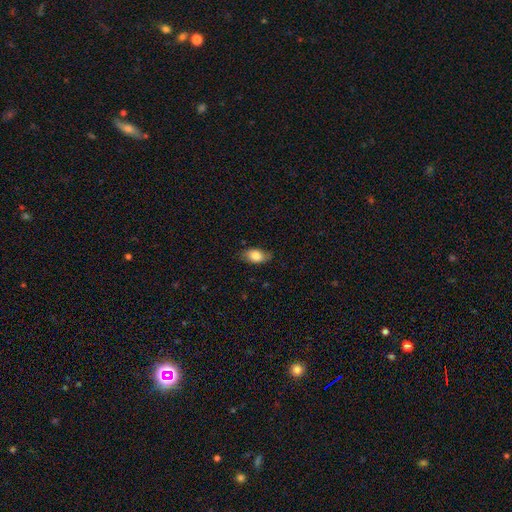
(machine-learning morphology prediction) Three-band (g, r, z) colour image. It shows a smooth galaxy with no disk features (80%) that is in between round and cigar-shaped (89%). Merging: none (75%).